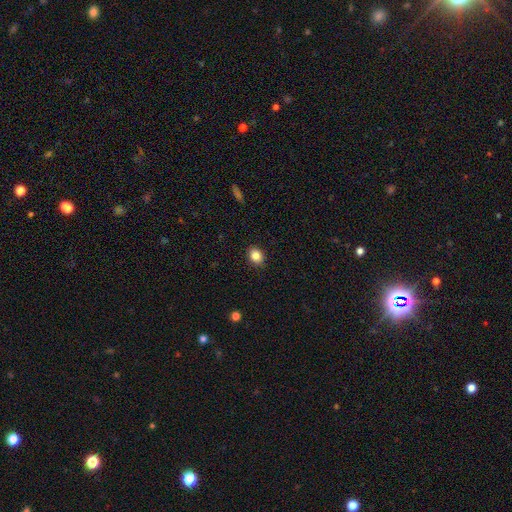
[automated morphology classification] Smooth or featured: smooth — 86% (star or artifact — 10%)
How rounded: round — 52% (in between — 47%)
Merging: none — 89% (minor disturbance — 8%)